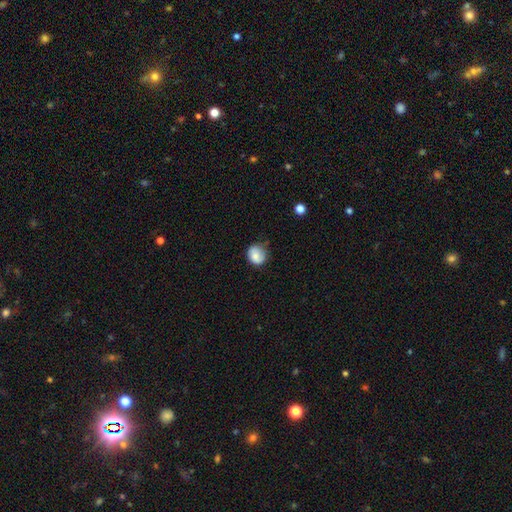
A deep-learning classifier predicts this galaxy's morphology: Smooth or featured: smooth — 75% (featured or disk — 17%)
How rounded: round — 75% (in between — 24%)
Merging: none — 66% (minor disturbance — 26%)